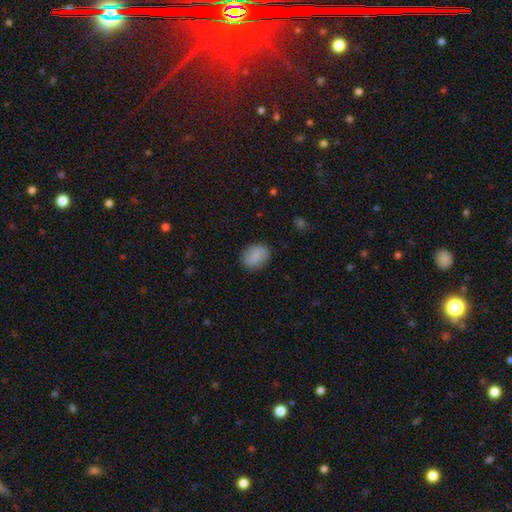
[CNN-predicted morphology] Overall: smooth (86%). How rounded: in between (63%; round 36%). Merging: none (86%).